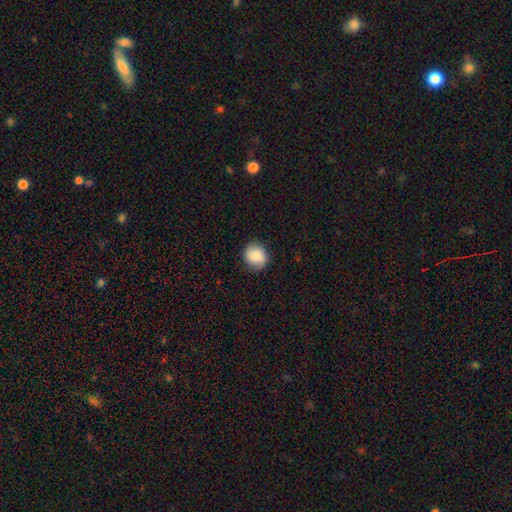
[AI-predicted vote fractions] smooth 85%, featured or disk 8%, star or artifact 7%. Down the decision tree: how rounded — round (80%); merging — none (83%).